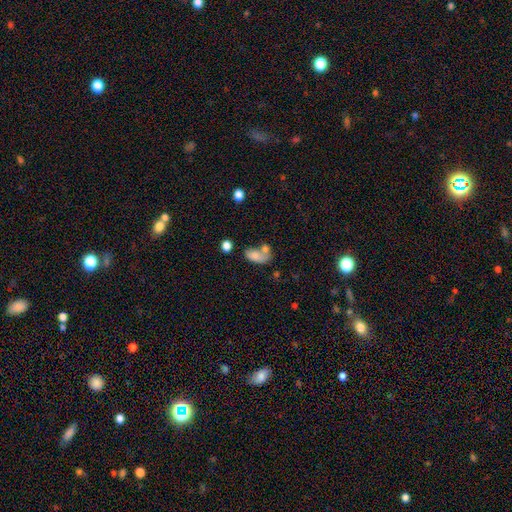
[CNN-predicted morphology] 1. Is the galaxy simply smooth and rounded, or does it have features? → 74% smooth, 17% featured or disk, 9% star or artifact.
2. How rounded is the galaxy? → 88% in between, 8% round, 4% cigar-shaped.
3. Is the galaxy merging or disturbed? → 39% merger, 31% none, 18% minor disturbance, 12% major disturbance.